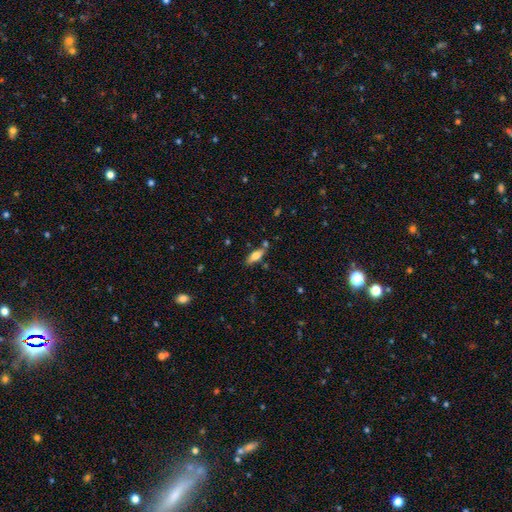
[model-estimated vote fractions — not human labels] This is likely a smooth galaxy (62%). How rounded: possibly in between (59%). Merging: likely none (75%).